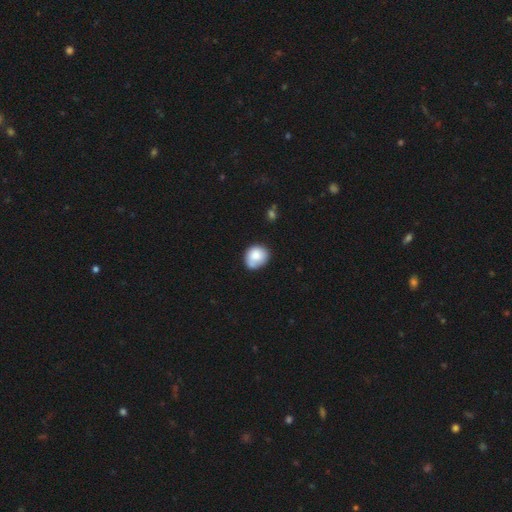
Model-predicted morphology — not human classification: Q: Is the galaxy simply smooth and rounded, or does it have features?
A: smooth — 81%.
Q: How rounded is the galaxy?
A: round — 71%.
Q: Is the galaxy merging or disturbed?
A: none — 59%.